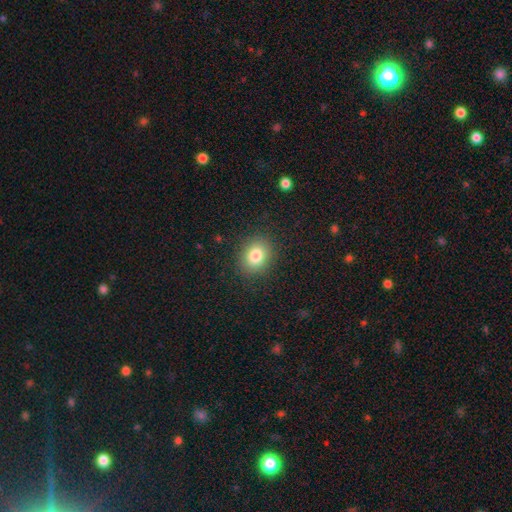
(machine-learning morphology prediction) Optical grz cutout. It shows a smooth galaxy with no disk features (81%) that is round (55%). Merging: none (87%).